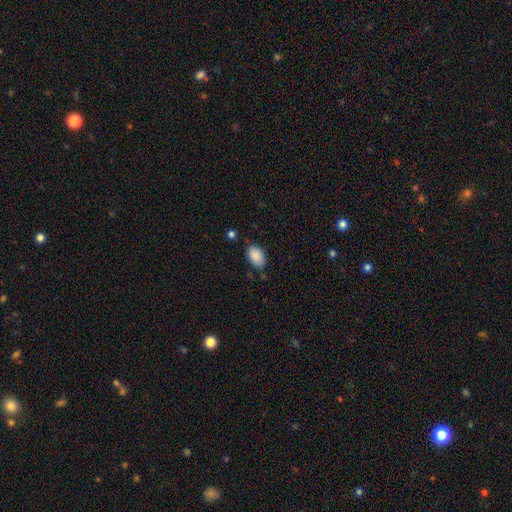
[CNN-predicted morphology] smooth 89%, star or artifact 7%, featured or disk 5%. Down the decision tree: how rounded — in between (91%); merging — none (78%).